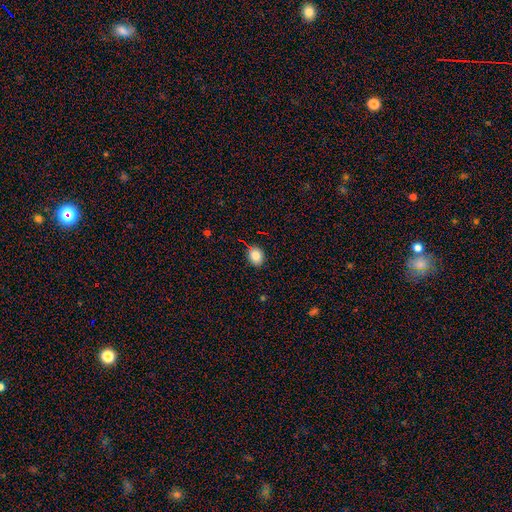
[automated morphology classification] Smooth or featured? Predicted: smooth (p=0.83). How rounded? Predicted: round (p=0.55). Merging? Predicted: none (p=0.81).